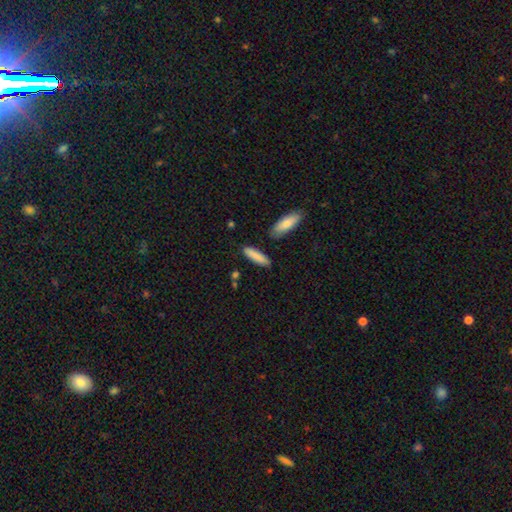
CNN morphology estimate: A smooth galaxy with no disk features (86%) that is cigar-shaped (67%). Merging: none (82%).